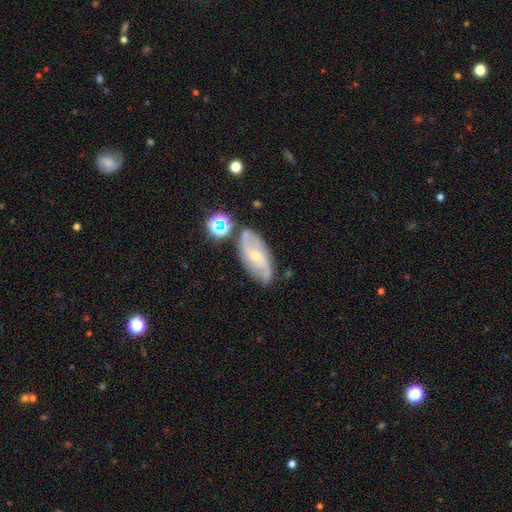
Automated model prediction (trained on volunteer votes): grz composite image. It shows a featured or disk galaxy (75%) with no bar (45%), 2 (73%) medium (41%) spiral arms (92%) and a small central bulge (64%). Merging: none (73%).